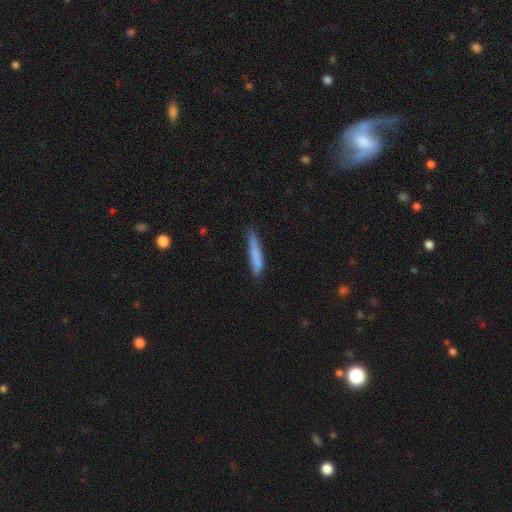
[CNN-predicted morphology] Q: Smooth or featured?
A: smooth (77%); runner-up: featured or disk (16%)
Q: How rounded?
A: cigar-shaped (90%); runner-up: in between (8%)
Q: Merging?
A: none (68%); runner-up: minor disturbance (24%)